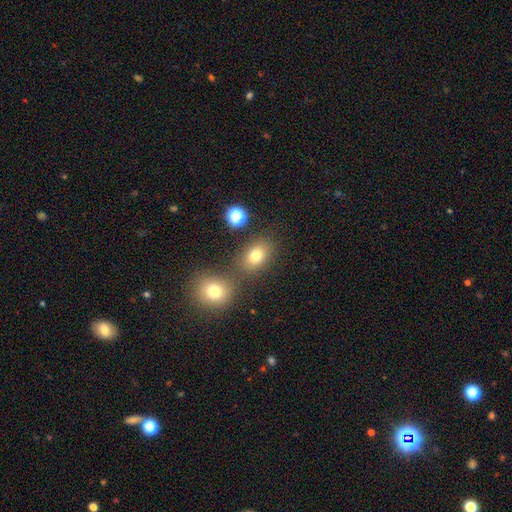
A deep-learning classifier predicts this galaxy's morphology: This is likely a smooth galaxy (76%). How rounded: likely in between (62%). Merging: likely none (66%).